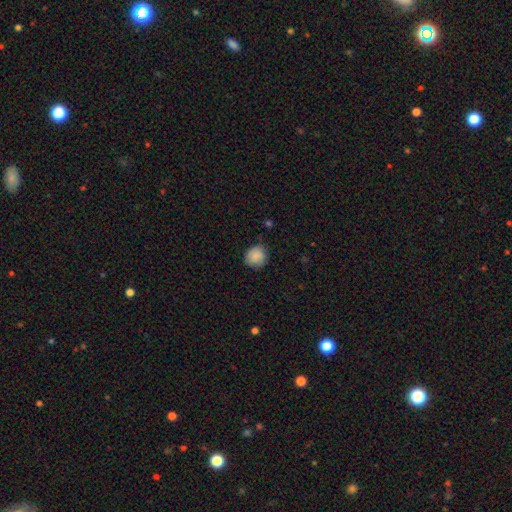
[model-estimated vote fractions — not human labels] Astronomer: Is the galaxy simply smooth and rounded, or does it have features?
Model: smooth — 87%.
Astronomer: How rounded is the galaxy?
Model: round — 81%.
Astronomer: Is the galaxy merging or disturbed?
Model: none — 76%.